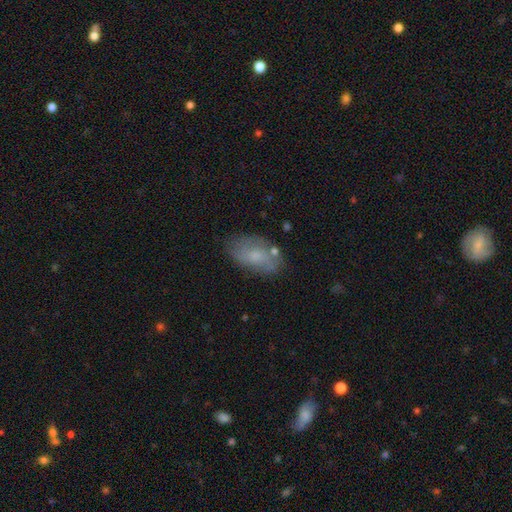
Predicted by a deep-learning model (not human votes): Smooth or featured? smooth (60%)
How rounded? in between (91%)
Merging? none (64%)